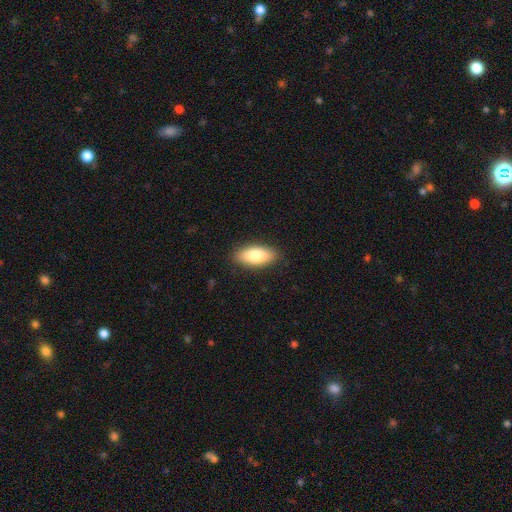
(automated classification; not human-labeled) A smooth galaxy with no disk features (81%) that is in between round and cigar-shaped (84%). Merging: none (87%).